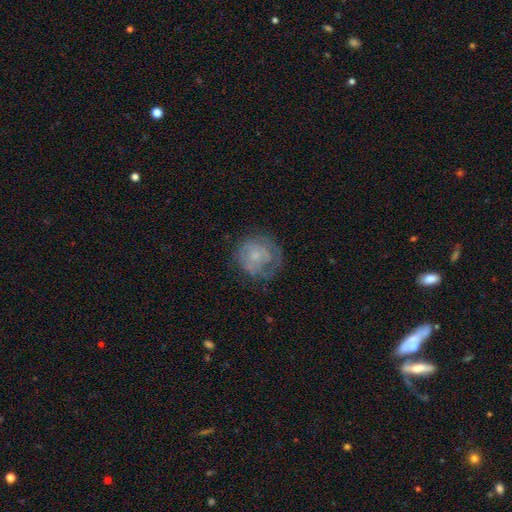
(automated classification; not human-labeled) smooth_or_featured: featured or disk (p=0.48) [alt: smooth p=0.43]
merging: none (p=0.60) [alt: minor disturbance p=0.22]